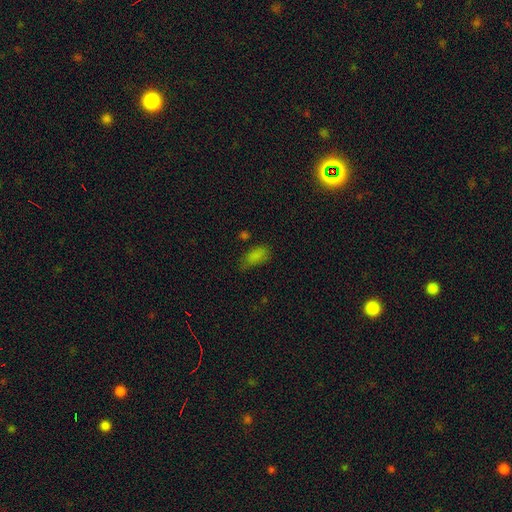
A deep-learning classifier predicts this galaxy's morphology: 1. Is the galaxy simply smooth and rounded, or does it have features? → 80% smooth, 14% star or artifact, 6% featured or disk.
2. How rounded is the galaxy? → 88% in between, 9% cigar-shaped, 4% round.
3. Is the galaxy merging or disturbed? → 57% none, 30% minor disturbance, 9% major disturbance, 4% merger.